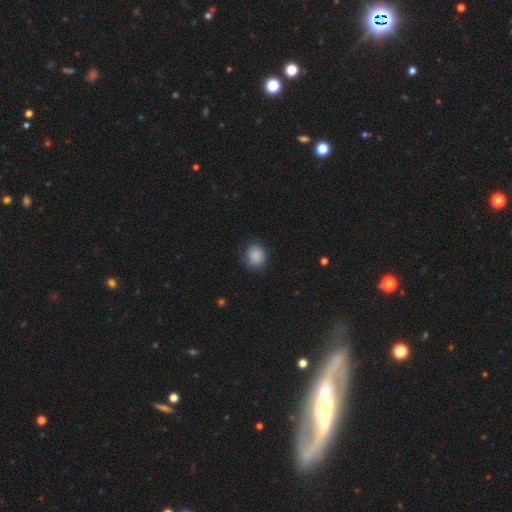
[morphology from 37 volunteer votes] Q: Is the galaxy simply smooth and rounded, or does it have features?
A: smooth — 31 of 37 (84%).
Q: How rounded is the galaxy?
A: round — 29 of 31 (94%).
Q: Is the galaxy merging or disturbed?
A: none — 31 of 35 (89%).